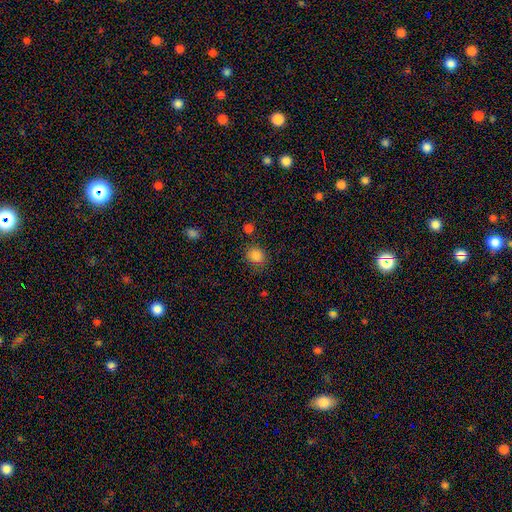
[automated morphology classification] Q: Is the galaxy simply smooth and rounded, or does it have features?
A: smooth — 84%.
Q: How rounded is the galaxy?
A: round — 68%.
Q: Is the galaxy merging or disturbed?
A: none — 79%.